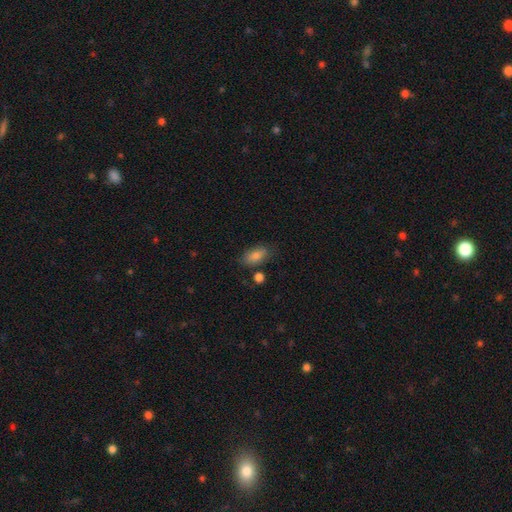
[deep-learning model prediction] Morphology: type=smooth (81%); roundness=in between (89%); merging=none (76%).